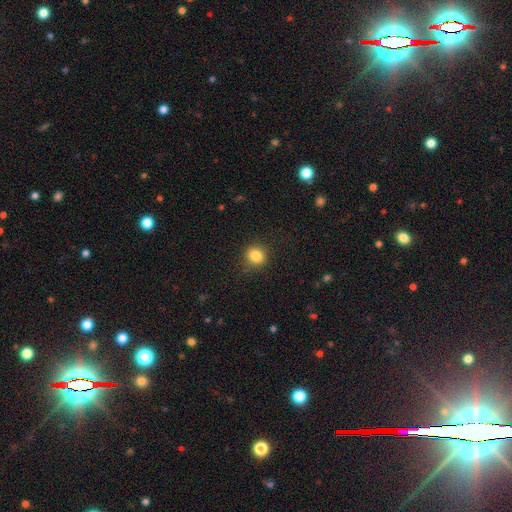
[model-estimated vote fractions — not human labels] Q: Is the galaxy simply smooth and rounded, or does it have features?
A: smooth — 85%.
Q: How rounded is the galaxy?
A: round — 76%.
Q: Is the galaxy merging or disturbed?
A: none — 83%.